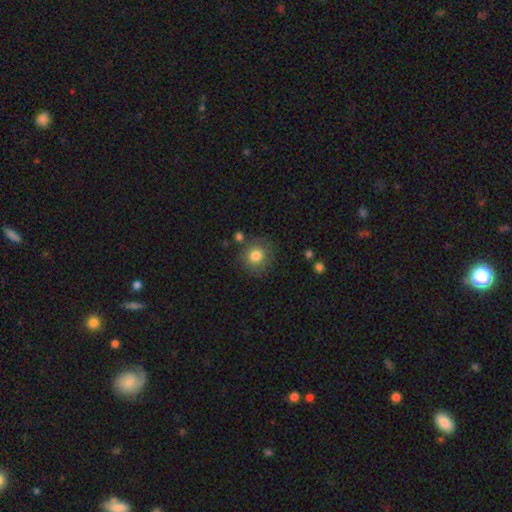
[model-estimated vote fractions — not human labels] Smooth or featured? smooth (82%)
How rounded? round (87%)
Merging? none (81%)